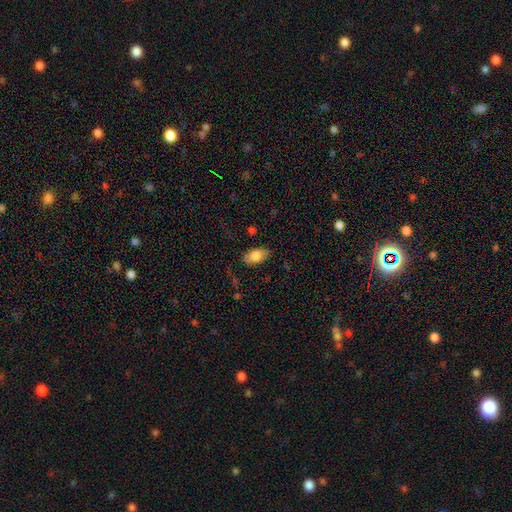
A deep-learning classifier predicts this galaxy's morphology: Smooth or featured?
  - smooth: 82% *
  - featured or disk: 11%
  - star or artifact: 7%
How rounded?
  - in between: 93% *
  - round: 5%
  - cigar-shaped: 2%
Merging?
  - none: 81% *
  - minor disturbance: 14%
  - major disturbance: 3%
  - merger: 1%